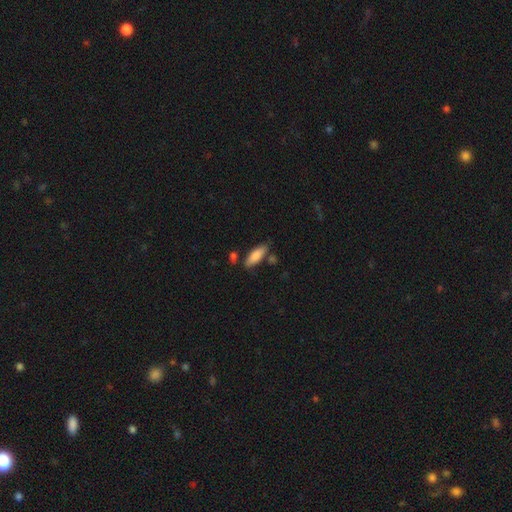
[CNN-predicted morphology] Smooth or featured? smooth (82%)
How rounded? in between (60%)
Merging? none (76%)